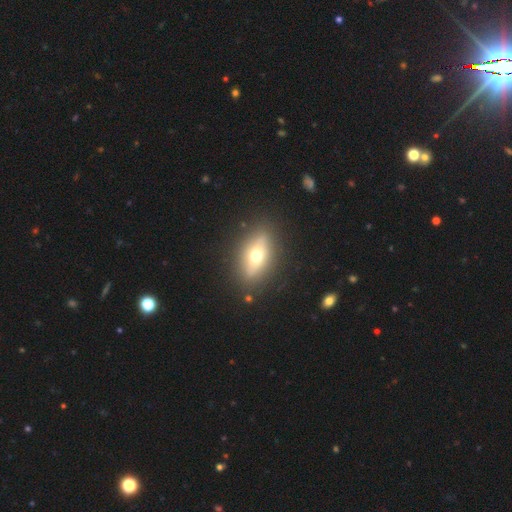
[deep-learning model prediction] Smooth or featured? smooth (47%)
Merging? none (85%)